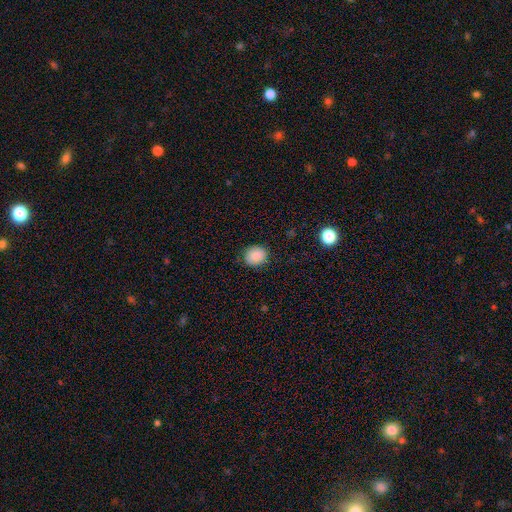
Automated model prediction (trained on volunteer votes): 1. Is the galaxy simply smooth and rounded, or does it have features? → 88% smooth, 8% star or artifact, 3% featured or disk.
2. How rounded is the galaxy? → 72% round, 27% in between, 1% cigar-shaped.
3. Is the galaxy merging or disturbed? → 85% none, 11% minor disturbance, 3% major disturbance, 1% merger.